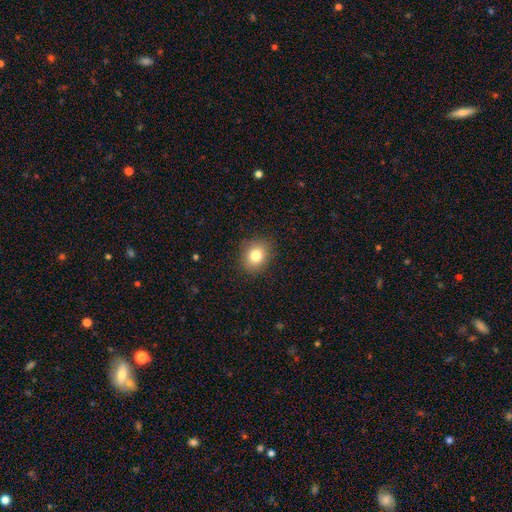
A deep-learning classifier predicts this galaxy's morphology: smooth 81%, star or artifact 11%, featured or disk 8%. Down the decision tree: how rounded — round (63%); merging — none (88%).